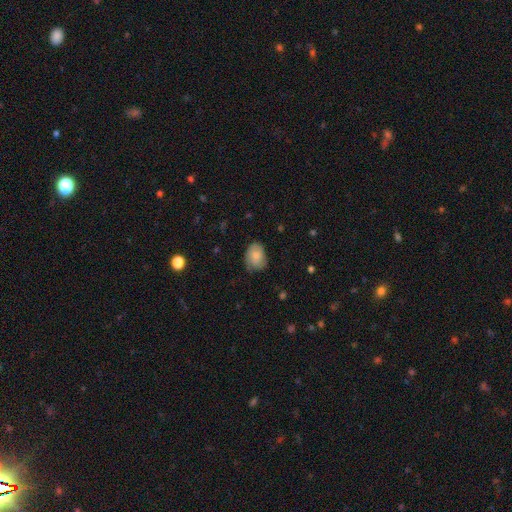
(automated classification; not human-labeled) Smooth or featured?
  - smooth: 75% *
  - featured or disk: 18%
  - star or artifact: 7%
How rounded?
  - in between: 70% *
  - round: 29%
  - cigar-shaped: 1%
Merging?
  - none: 62% *
  - minor disturbance: 30%
  - major disturbance: 7%
  - merger: 1%